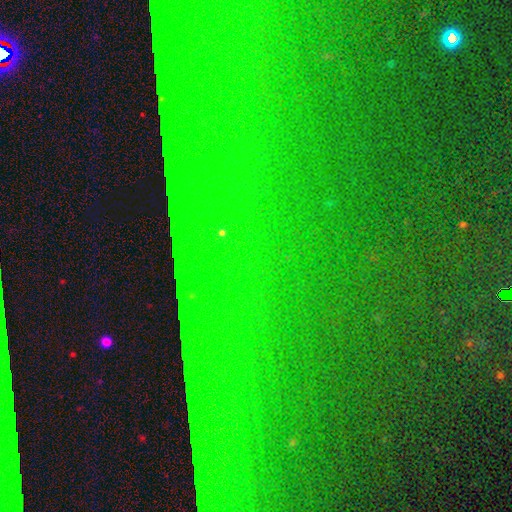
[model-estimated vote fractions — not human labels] A star or artifact, not a galaxy (84%).